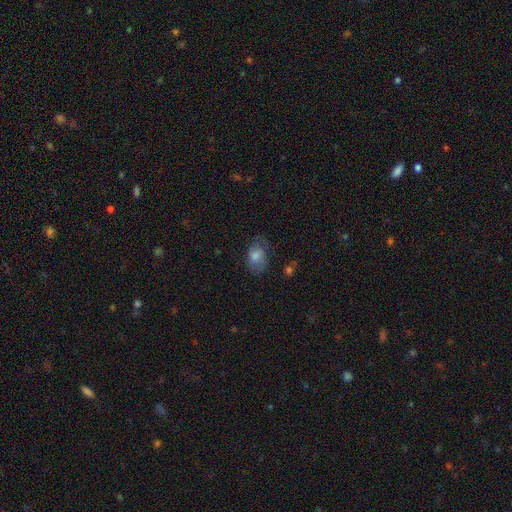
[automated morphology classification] A smooth galaxy with no disk features (59%) that is in between round and cigar-shaped (79%).

Vote fractions:
- Smooth or featured? smooth: 59% / featured or disk: 28% / star or artifact: 12%
- How rounded? in between: 79% / round: 19% / cigar-shaped: 1%
- Merging? none: 63% / minor disturbance: 23% / major disturbance: 12% / merger: 2%